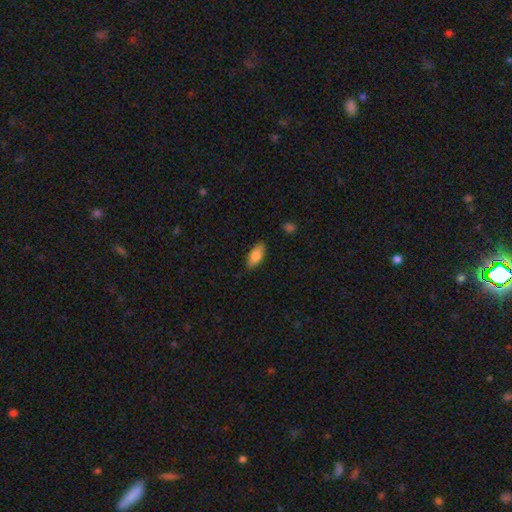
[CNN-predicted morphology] type=smooth (79%); roundness=in between (84%); merging=none (84%).